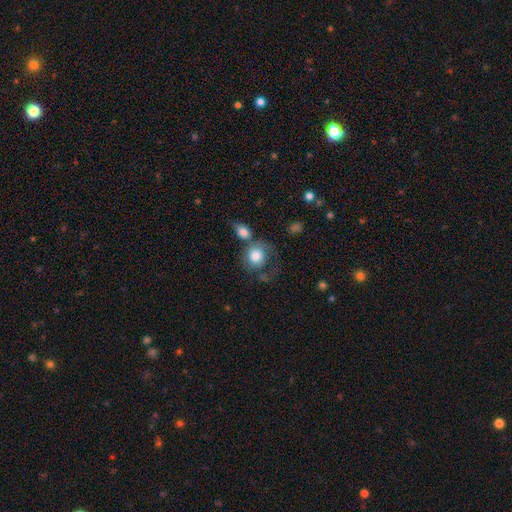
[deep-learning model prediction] Overall: smooth (74%). How rounded: round (74%). Merging: merger (36%; none 29%).